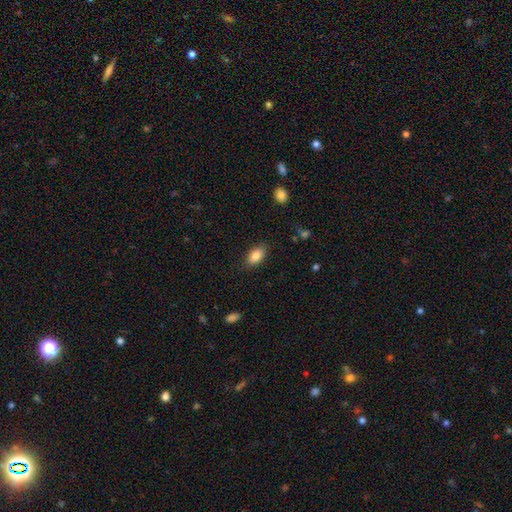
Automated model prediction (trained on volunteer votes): smooth_or_featured: smooth (p=0.86) [alt: star or artifact p=0.07]
how_rounded: in between (p=0.91) [alt: round p=0.06]
merging: none (p=0.84) [alt: minor disturbance p=0.11]